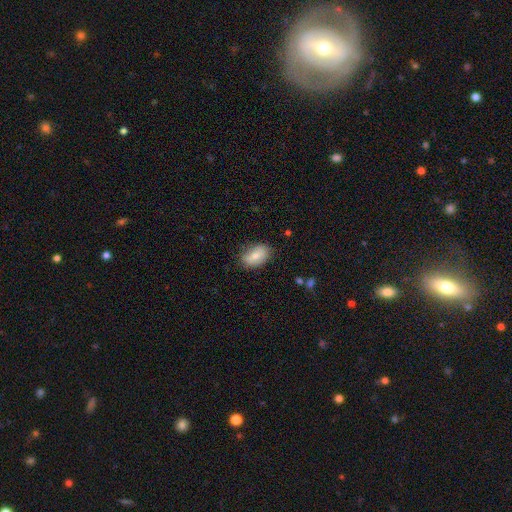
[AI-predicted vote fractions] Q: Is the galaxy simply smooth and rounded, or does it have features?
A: smooth — 72%.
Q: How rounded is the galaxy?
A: in between — 91%.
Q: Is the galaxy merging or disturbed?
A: none — 77%.